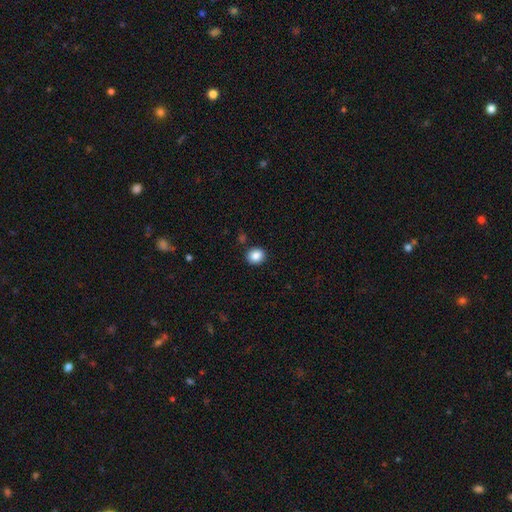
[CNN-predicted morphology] A smooth galaxy with no disk features (87%) that is round (77%). Merging: none (89%).